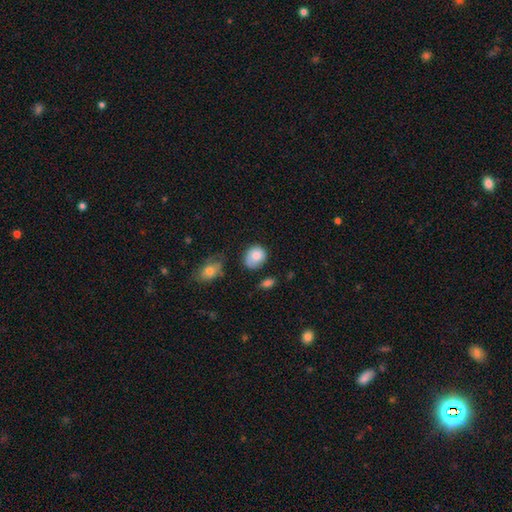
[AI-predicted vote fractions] This is clearly a smooth galaxy (81%). How rounded: possibly round (57%). Merging: possibly none (57%).